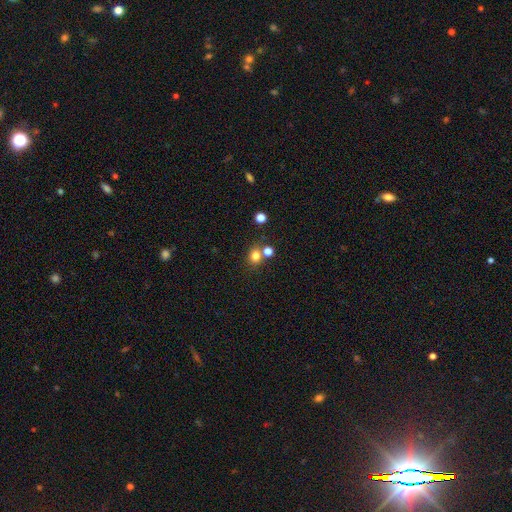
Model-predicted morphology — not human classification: smooth-or-featured: smooth: 76% | star or artifact: 16% | featured or disk: 7%
  how-rounded: round: 73% | in between: 26% | cigar-shaped: 1%
  merging: none: 64% | merger: 22% | minor disturbance: 9% | major disturbance: 4%